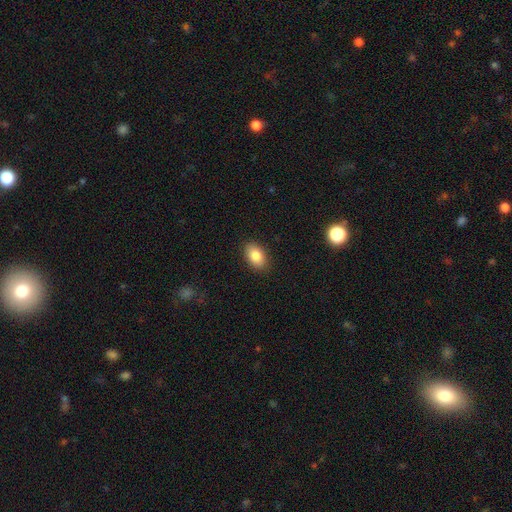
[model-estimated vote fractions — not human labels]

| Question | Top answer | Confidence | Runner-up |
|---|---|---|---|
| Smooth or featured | smooth | 85% | star or artifact (8%) |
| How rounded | in between | 89% | round (10%) |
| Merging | none | 88% | minor disturbance (9%) |